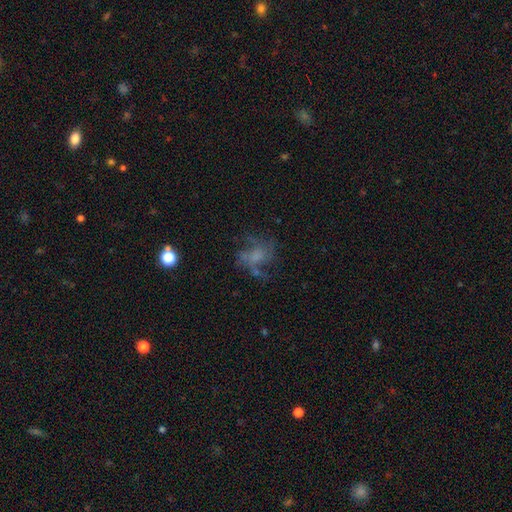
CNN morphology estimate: This appears to be a featured or disk galaxy (55%) with no bar (77%), spiral arms (63%) and no central bulge (48%). Merging: none (51%).